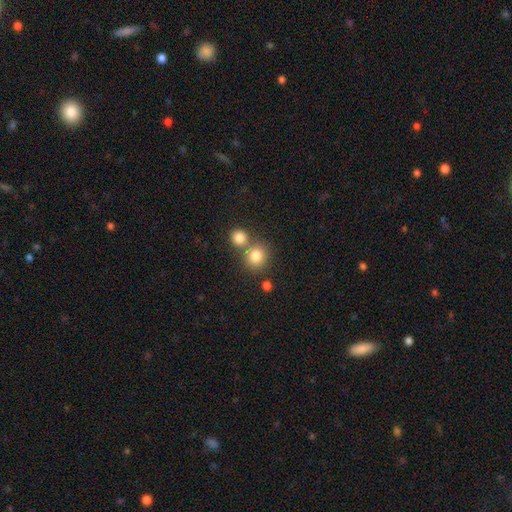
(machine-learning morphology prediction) Smooth or featured? smooth (81%)
How rounded? round (86%)
Merging? none (59%)